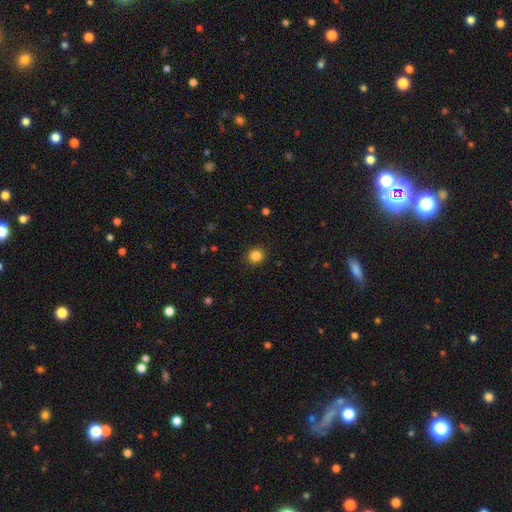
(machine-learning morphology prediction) A smooth galaxy with no disk features (84%) that is round (86%).

Vote fractions:
- Smooth or featured? smooth: 84% / star or artifact: 12% / featured or disk: 4%
- How rounded? round: 86% / in between: 13% / cigar-shaped: 1%
- Merging? none: 90% / minor disturbance: 6% / major disturbance: 2% / merger: 1%